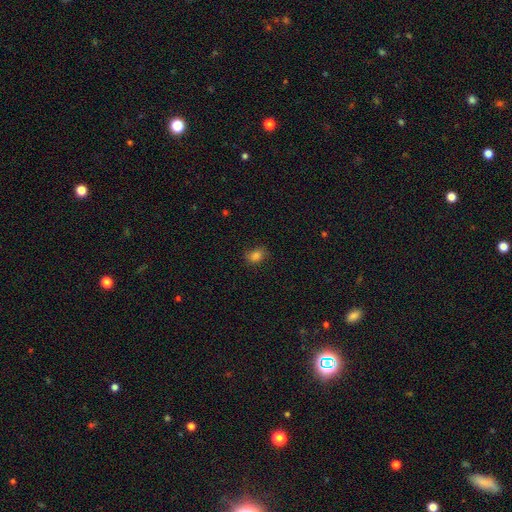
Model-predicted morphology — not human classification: The model was most divided on "how rounded": in between: 68%, round: 30%, cigar-shaped: 1%. More confident: smooth or featured — smooth (81%); merging — none (76%).